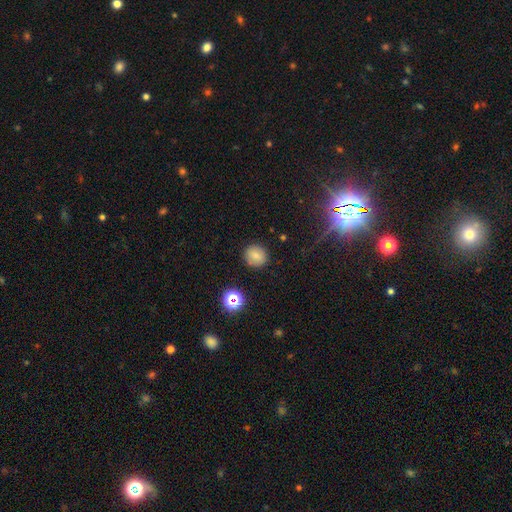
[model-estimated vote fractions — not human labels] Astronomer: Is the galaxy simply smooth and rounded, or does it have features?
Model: smooth — 79%.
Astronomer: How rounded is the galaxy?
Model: round — 88%.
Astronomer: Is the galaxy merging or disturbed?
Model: none — 88%.